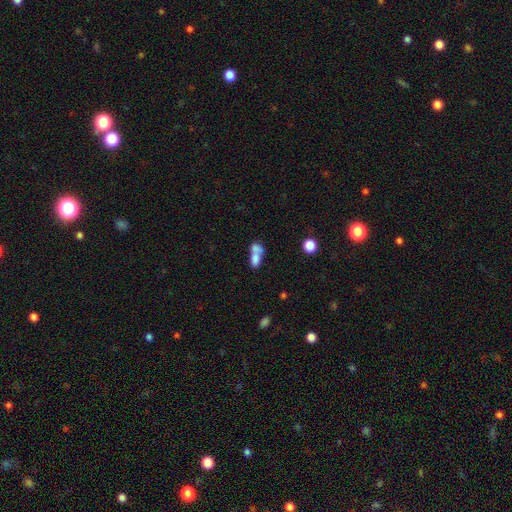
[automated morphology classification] Smooth or featured?
  - smooth: 71% *
  - featured or disk: 20%
  - star or artifact: 10%
How rounded?
  - in between: 77% *
  - round: 18%
  - cigar-shaped: 5%
Merging?
  - merger: 71% *
  - none: 18%
  - minor disturbance: 6%
  - major disturbance: 6%